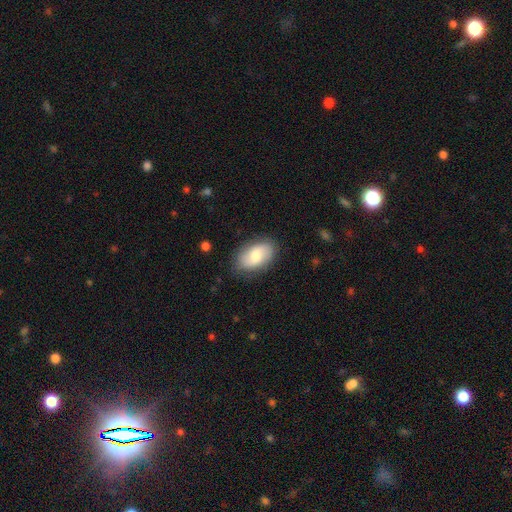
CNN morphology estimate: smooth-or-featured: smooth: 64% | featured or disk: 30% | star or artifact: 6%
  how-rounded: in between: 92% | round: 6% | cigar-shaped: 2%
  merging: none: 81% | minor disturbance: 14% | major disturbance: 4% | merger: 1%